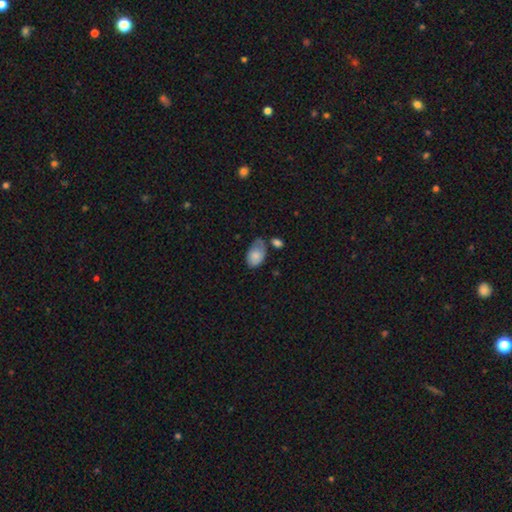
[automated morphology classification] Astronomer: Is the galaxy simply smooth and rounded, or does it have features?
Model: smooth — 79%.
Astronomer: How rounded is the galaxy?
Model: in between — 89%.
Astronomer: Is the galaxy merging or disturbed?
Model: none — 41% (runner-up: minor disturbance, 36%).